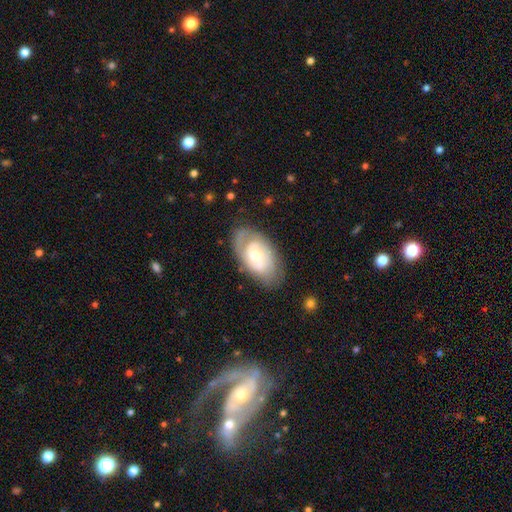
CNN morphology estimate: A featured or disk galaxy (73%) with no bar (54%), 2 (51%) tight (49%) spiral arms (91%) and a small central bulge (54%). Merging: none (74%).